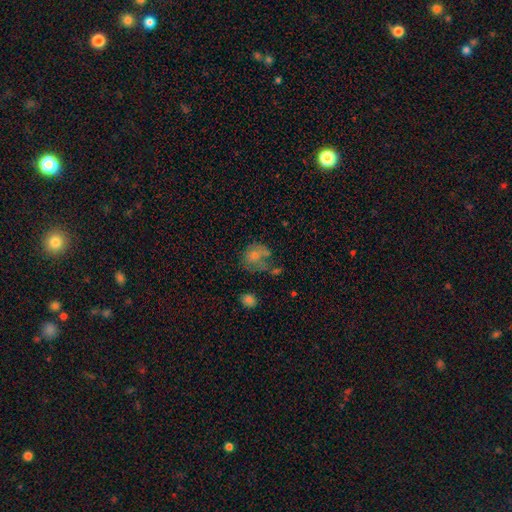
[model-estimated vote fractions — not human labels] A smooth galaxy with no disk features (63%) that is round (56%).

Vote fractions:
- Smooth or featured? smooth: 63% / featured or disk: 25% / star or artifact: 12%
- How rounded? round: 56% / in between: 43% / cigar-shaped: 1%
- Merging? major disturbance: 32% / none: 29% / minor disturbance: 22% / merger: 17%